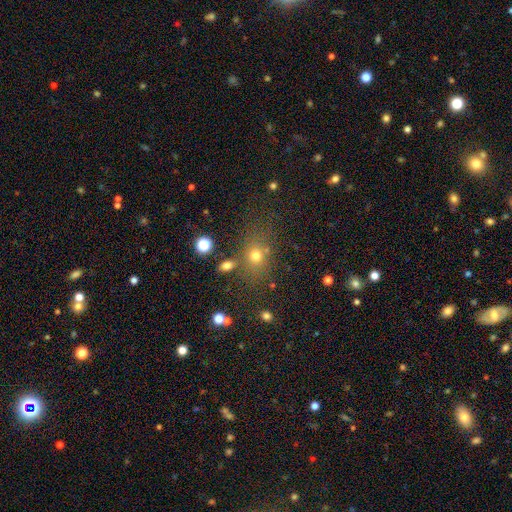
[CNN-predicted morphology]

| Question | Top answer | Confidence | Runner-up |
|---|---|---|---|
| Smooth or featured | smooth | 69% | star or artifact (19%) |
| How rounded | round | 58% | in between (40%) |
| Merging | none | 68% | minor disturbance (14%) |